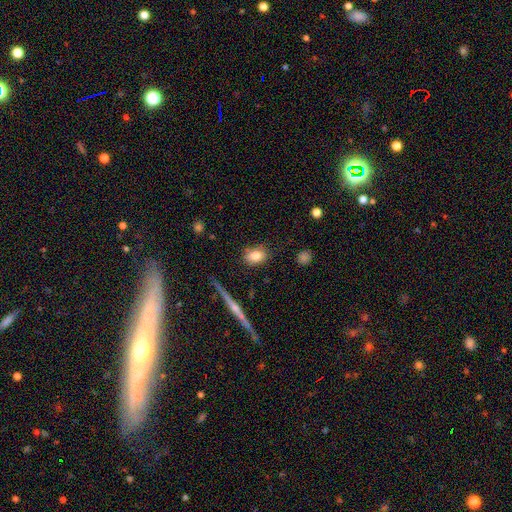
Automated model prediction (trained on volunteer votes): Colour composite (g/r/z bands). It shows a smooth galaxy with no disk features (79%) that is in between round and cigar-shaped (74%). Merging: none (81%).